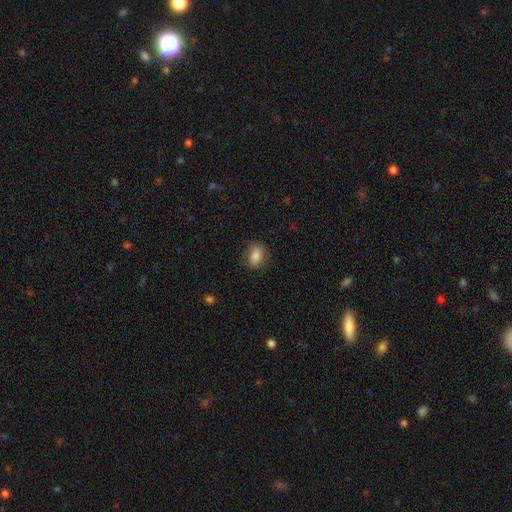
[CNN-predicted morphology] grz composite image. It shows a smooth galaxy with no disk features (84%) that is in between round and cigar-shaped (82%). Merging: none (81%).